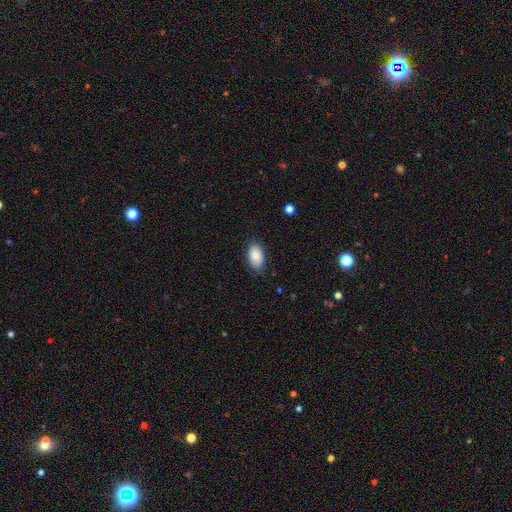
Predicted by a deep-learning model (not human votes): Smooth or featured? smooth (87%)
How rounded? in between (94%)
Merging? none (84%)